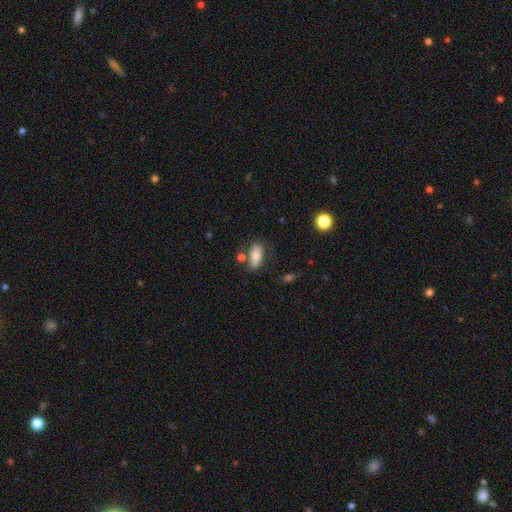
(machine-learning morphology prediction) Smooth or featured? smooth (77%)
How rounded? in between (84%)
Merging? none (70%)